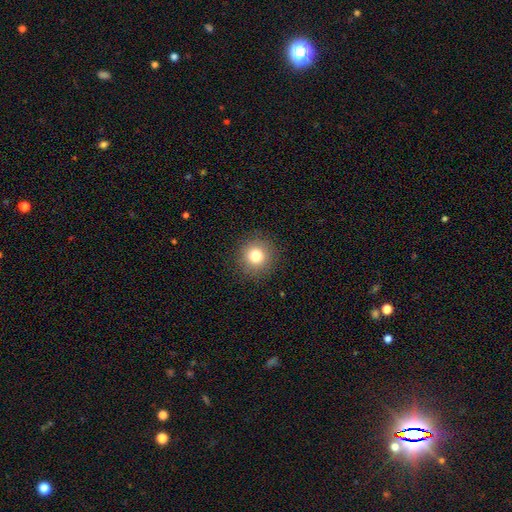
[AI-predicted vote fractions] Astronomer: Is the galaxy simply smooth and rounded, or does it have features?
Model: smooth — 79%.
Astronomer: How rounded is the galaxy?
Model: round — 94%.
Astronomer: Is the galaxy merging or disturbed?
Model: none — 91%.